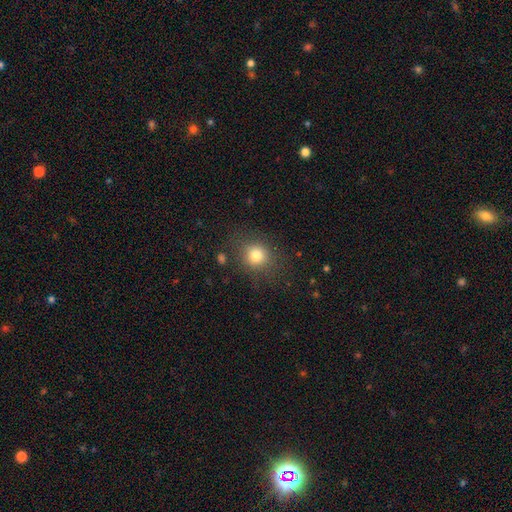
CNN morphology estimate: smooth-or-featured: smooth: 79% | star or artifact: 13% | featured or disk: 8%
  how-rounded: round: 79% | in between: 20% | cigar-shaped: 1%
  merging: none: 82% | minor disturbance: 11% | major disturbance: 5% | merger: 2%